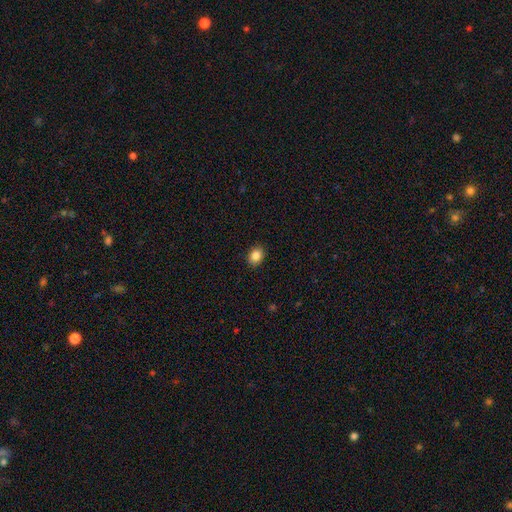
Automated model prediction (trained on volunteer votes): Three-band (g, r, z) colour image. It shows a smooth galaxy with no disk features (86%) that is in between round and cigar-shaped (59%). Merging: none (90%).